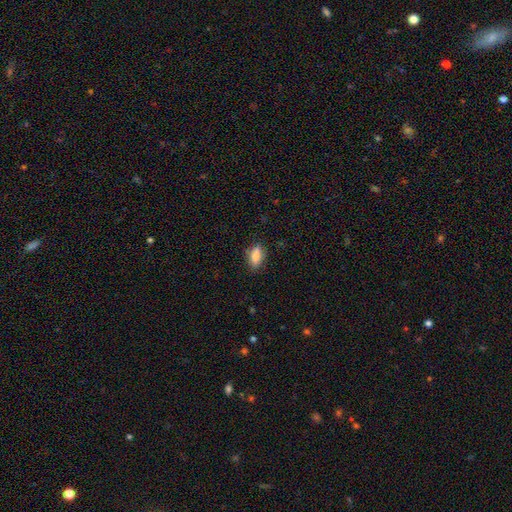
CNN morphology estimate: Smooth or featured? Predicted: smooth (p=0.86). How rounded? Predicted: in between (p=0.78). Merging? Predicted: none (p=0.81).